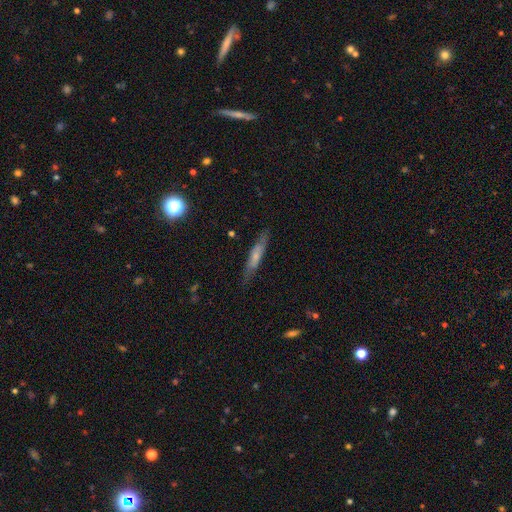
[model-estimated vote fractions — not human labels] A smooth galaxy with no disk features (57%) that is cigar-shaped (88%). Merging: none (82%).